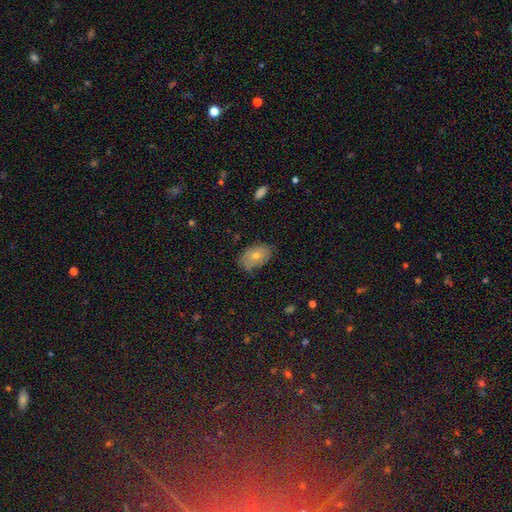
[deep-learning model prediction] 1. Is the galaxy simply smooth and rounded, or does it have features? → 56% smooth, 25% featured or disk, 18% star or artifact.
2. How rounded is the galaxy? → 86% in between, 12% round, 2% cigar-shaped.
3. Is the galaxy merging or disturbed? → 76% none, 19% minor disturbance, 4% major disturbance, 1% merger.